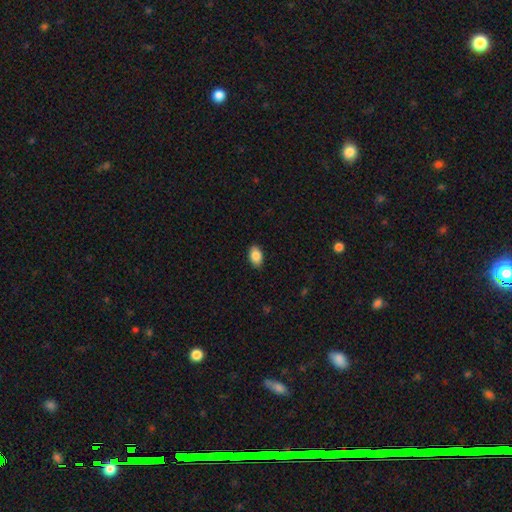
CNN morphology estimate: smooth-or-featured: smooth: 88% | star or artifact: 7% | featured or disk: 5%
  how-rounded: in between: 90% | round: 9% | cigar-shaped: 1%
  merging: none: 89% | minor disturbance: 8% | major disturbance: 2% | merger: 1%